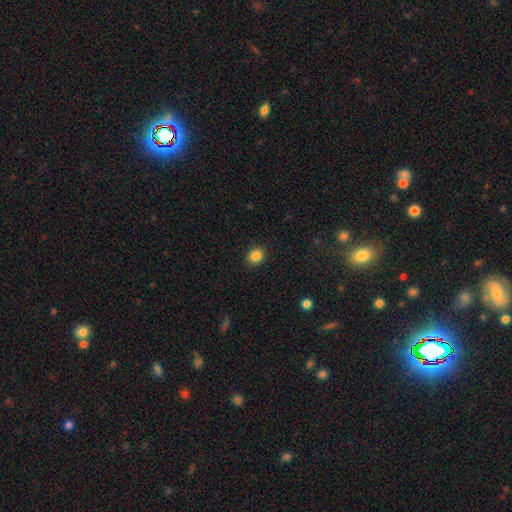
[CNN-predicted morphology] Smooth or featured? smooth (86%)
How rounded? round (62%)
Merging? none (91%)